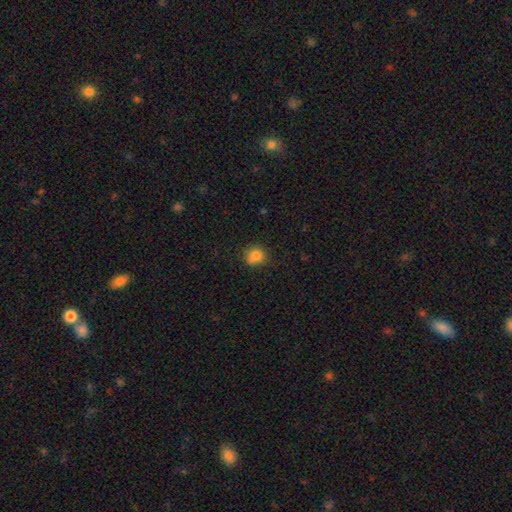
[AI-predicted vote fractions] Morphology: type=smooth (80%); roundness=round (78%); merging=none (62%).